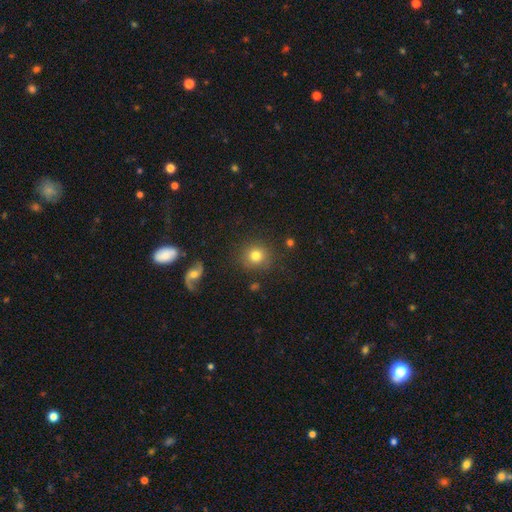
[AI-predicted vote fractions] The model was most divided on "smooth or featured": smooth: 78%, star or artifact: 12%, featured or disk: 10%. More confident: how rounded — round (90%); merging — none (85%).